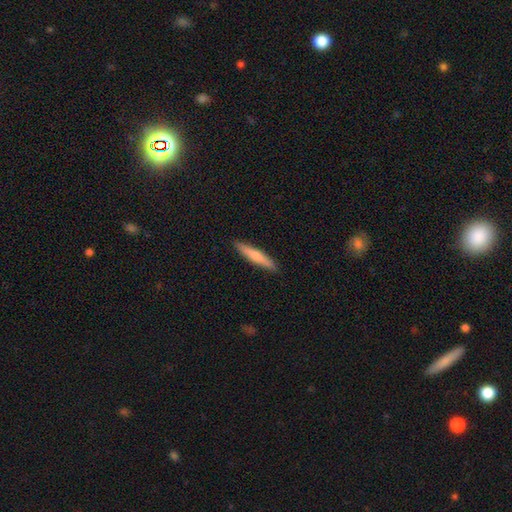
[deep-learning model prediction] smooth_or_featured: smooth (p=0.66) [alt: featured or disk p=0.29]
how_rounded: cigar-shaped (p=0.92) [alt: in between p=0.07]
merging: none (p=0.91) [alt: minor disturbance p=0.06]